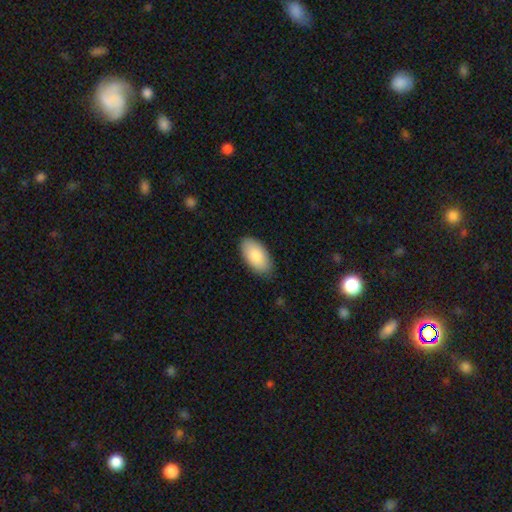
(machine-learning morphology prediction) This is clearly a smooth galaxy (85%). How rounded: clearly in between (96%). Merging: clearly none (85%).